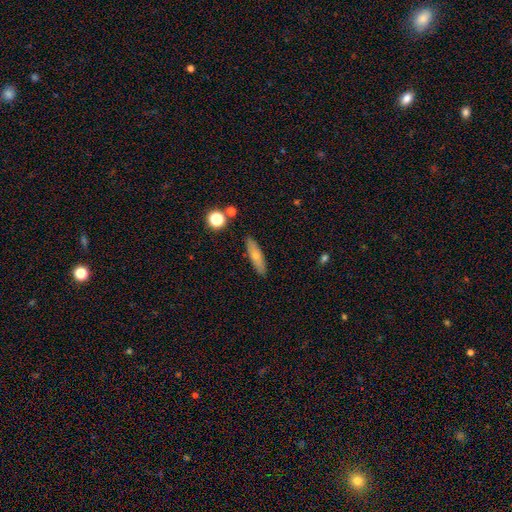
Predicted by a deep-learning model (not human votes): Smooth or featured? Predicted: smooth (p=0.68). How rounded? Predicted: cigar-shaped (p=0.65). Merging? Predicted: none (p=0.87).